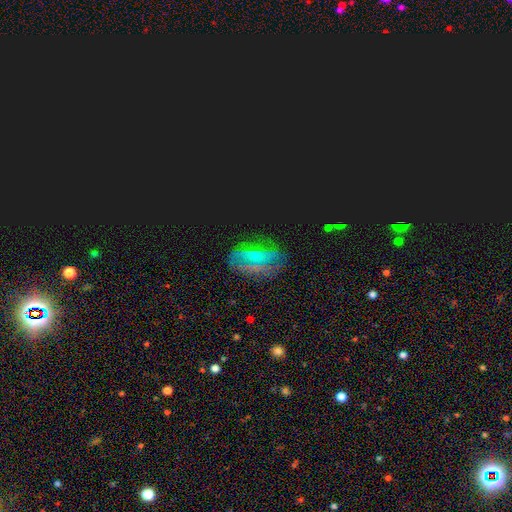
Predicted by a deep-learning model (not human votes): Smooth or featured? star or artifact (42%)